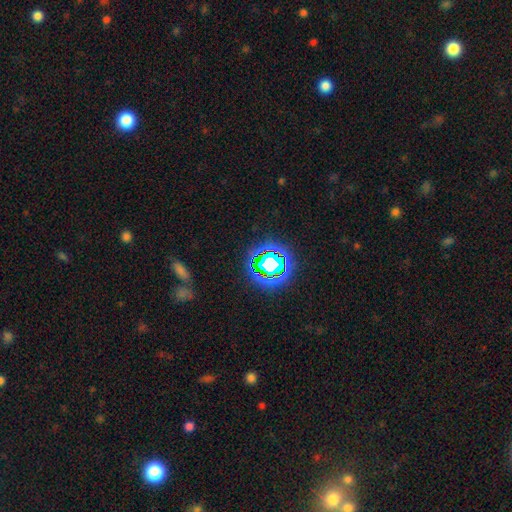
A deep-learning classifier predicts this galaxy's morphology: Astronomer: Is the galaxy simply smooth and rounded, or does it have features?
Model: star or artifact — 74%.